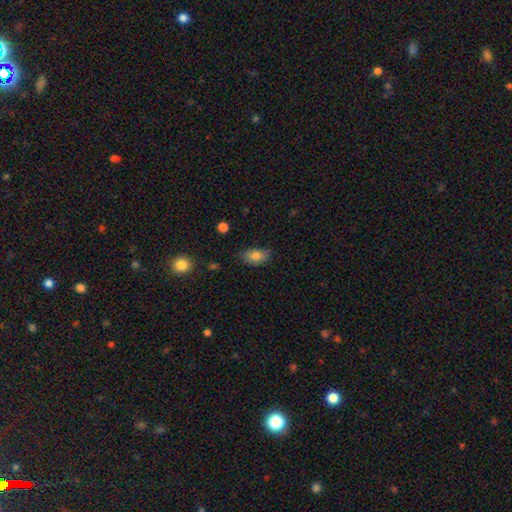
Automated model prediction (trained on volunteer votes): smooth 80%, featured or disk 11%, star or artifact 9%. Down the decision tree: how rounded — in between (87%); merging — none (72%).